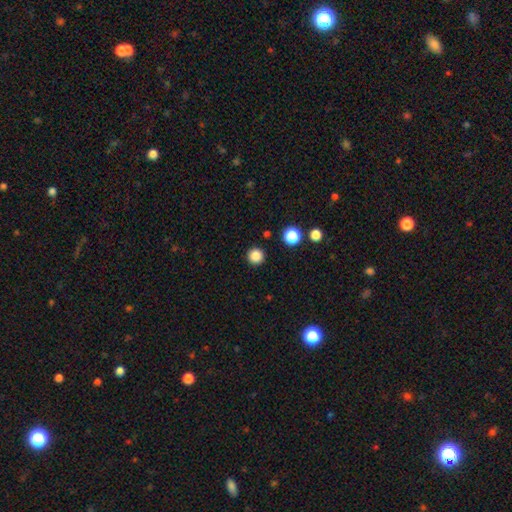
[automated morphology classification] A smooth galaxy with no disk features (86%) that is round (96%).

Vote fractions:
- Smooth or featured? smooth: 86% / star or artifact: 11% / featured or disk: 3%
- How rounded? round: 96% / in between: 3% / cigar-shaped: 1%
- Merging? none: 92% / minor disturbance: 4% / major disturbance: 2% / merger: 2%